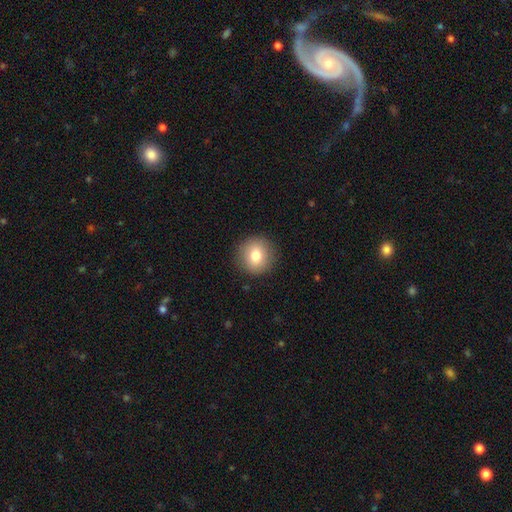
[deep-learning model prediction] This is likely a smooth galaxy (79%). How rounded: clearly round (92%). Merging: clearly none (90%).